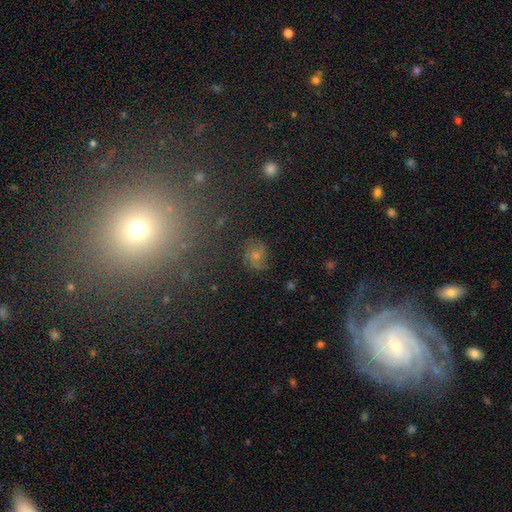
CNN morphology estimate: Smooth or featured? featured or disk (44%)
Merging? none (71%)